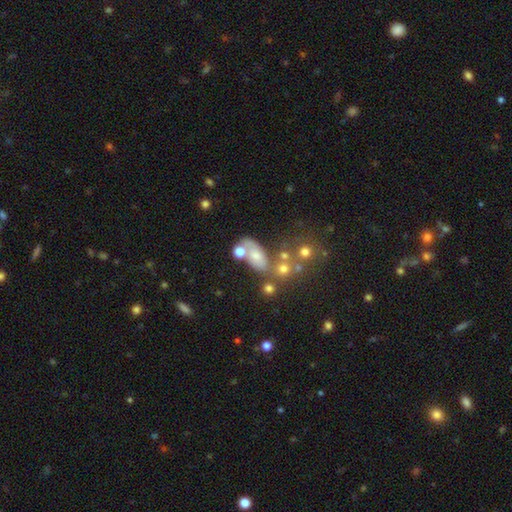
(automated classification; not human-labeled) Smooth or featured? smooth (56%)
How rounded? in between (82%)
Merging? none (44%)